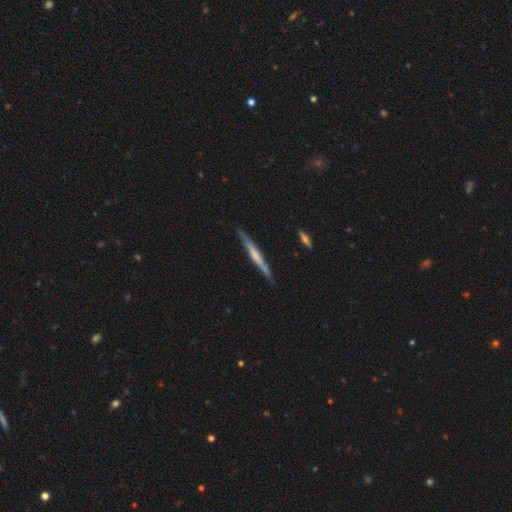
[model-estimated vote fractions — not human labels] featured or disk 54%, smooth 41%, star or artifact 6%. Down the decision tree: edge-on disk — yes (96%); edge-on bulge — none (57%); merging — none (84%).